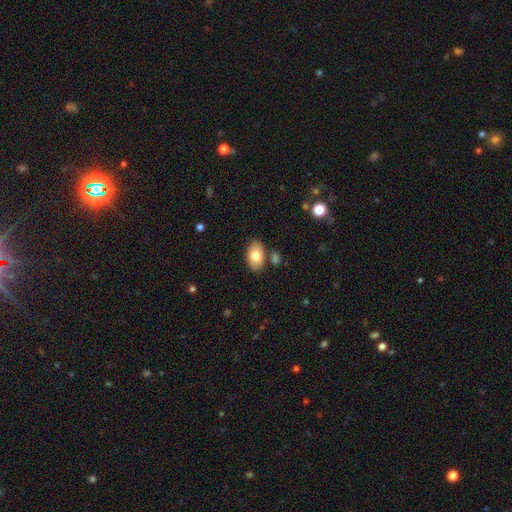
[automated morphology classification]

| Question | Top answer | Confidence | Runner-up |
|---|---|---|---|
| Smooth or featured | smooth | 80% | featured or disk (13%) |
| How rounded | in between | 91% | round (7%) |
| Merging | none | 81% | minor disturbance (11%) |